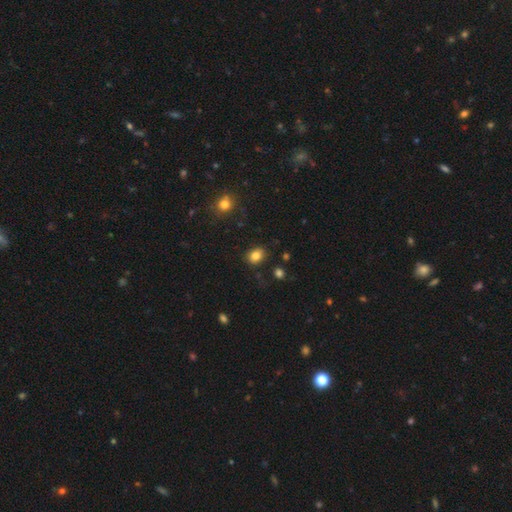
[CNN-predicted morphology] Smooth or featured? Predicted: smooth (p=0.83). How rounded? Predicted: in between (p=0.52). Merging? Predicted: none (p=0.85).